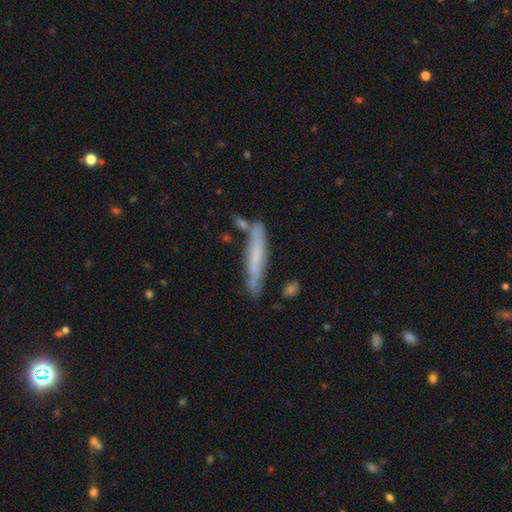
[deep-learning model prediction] smooth_or_featured: smooth (p=0.54) [alt: featured or disk p=0.39]
how_rounded: cigar-shaped (p=0.93) [alt: in between p=0.06]
merging: none (p=0.73) [alt: minor disturbance p=0.16]